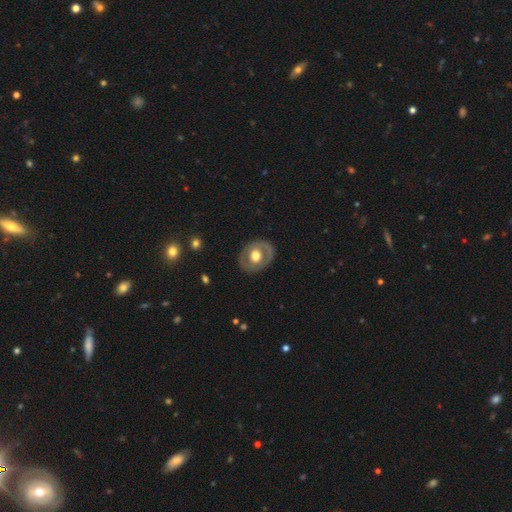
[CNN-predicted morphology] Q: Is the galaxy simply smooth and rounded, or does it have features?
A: featured or disk — 54%.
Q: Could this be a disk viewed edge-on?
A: no — 94%.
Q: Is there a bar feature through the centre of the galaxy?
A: no — 83%.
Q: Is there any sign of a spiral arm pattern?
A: no — 82%.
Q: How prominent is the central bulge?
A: moderate — 51%.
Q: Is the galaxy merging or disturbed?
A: none — 83%.